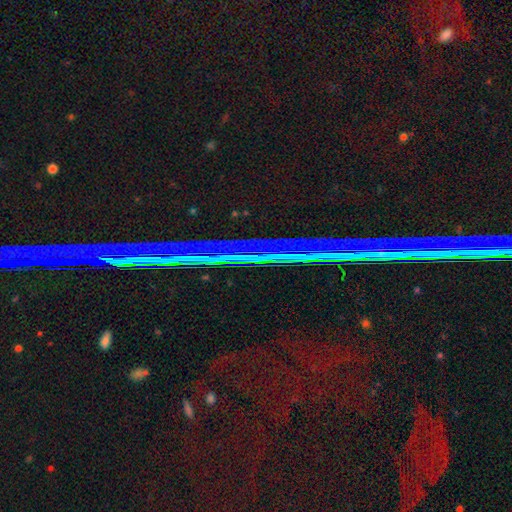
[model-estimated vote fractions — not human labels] This is clearly a star or artifact rather than a galaxy (82%).